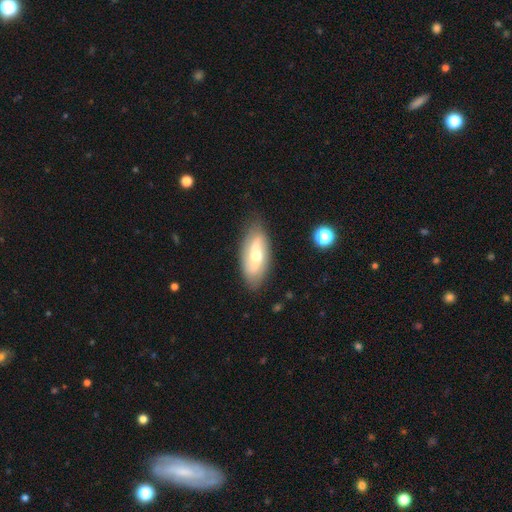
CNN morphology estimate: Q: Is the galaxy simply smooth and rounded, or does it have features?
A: featured or disk — 71%.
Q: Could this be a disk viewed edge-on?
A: no — 88%.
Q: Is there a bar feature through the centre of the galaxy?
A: weak — 40%.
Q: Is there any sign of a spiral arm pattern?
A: yes — 82%.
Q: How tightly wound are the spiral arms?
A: loose — 60%.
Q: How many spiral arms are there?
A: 2 — 88%.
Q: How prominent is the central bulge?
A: moderate — 70%.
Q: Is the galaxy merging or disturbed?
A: none — 84%.